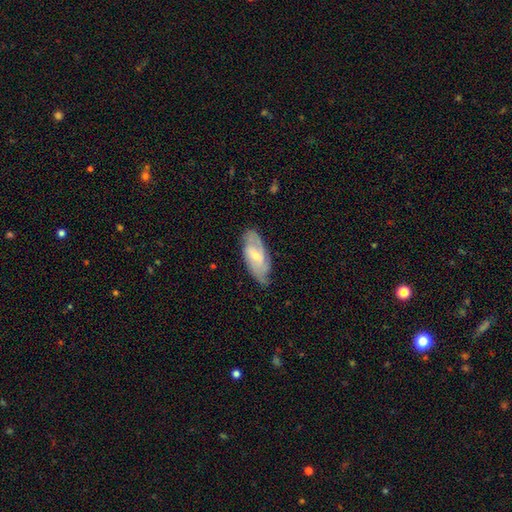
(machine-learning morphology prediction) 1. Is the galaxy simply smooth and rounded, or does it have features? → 72% featured or disk, 23% smooth, 6% star or artifact.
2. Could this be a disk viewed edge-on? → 92% no, 8% yes.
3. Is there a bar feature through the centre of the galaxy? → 49% weak, 35% no, 16% strong.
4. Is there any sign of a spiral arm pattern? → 91% yes, 9% no.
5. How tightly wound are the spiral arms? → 44% medium, 40% tight, 16% loose.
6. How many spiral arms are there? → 53% 2, 24% can't tell, 14% 3, 4% 4, 4% 1, 2% more than 4.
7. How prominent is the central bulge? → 59% small, 36% moderate, 3% none, 2% large, 1% dominant.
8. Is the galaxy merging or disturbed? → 70% none, 23% minor disturbance, 5% major disturbance, 1% merger.